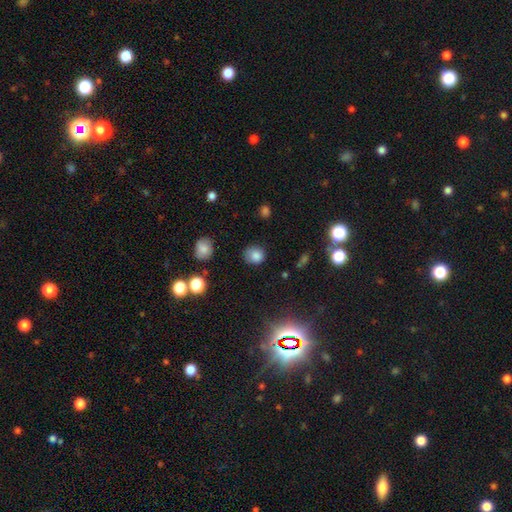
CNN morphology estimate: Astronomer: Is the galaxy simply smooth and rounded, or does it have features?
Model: smooth — 81%.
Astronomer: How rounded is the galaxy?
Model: round — 78%.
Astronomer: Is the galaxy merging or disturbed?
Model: none — 73%.